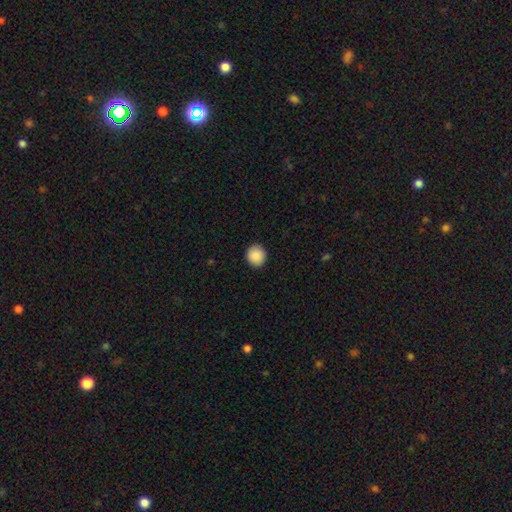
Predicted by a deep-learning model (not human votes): A smooth galaxy with no disk features (90%) that is round (85%).

Vote fractions:
- Smooth or featured? smooth: 90% / star or artifact: 8% / featured or disk: 2%
- How rounded? round: 85% / in between: 14% / cigar-shaped: 1%
- Merging? none: 91% / minor disturbance: 6% / major disturbance: 2% / merger: 1%